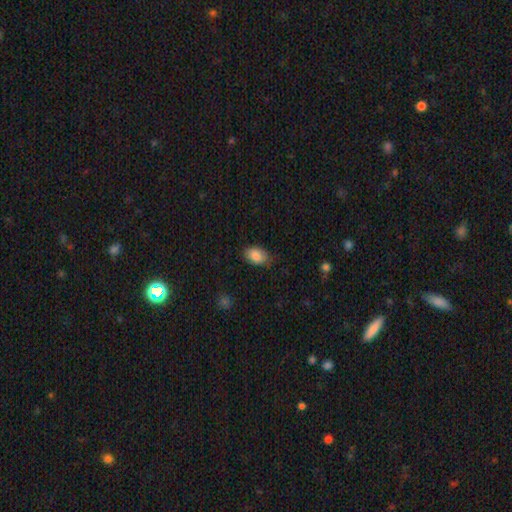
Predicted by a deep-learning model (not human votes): Q: Smooth or featured?
A: smooth (86%); runner-up: star or artifact (7%)
Q: How rounded?
A: in between (90%); runner-up: round (9%)
Q: Merging?
A: none (76%); runner-up: minor disturbance (19%)